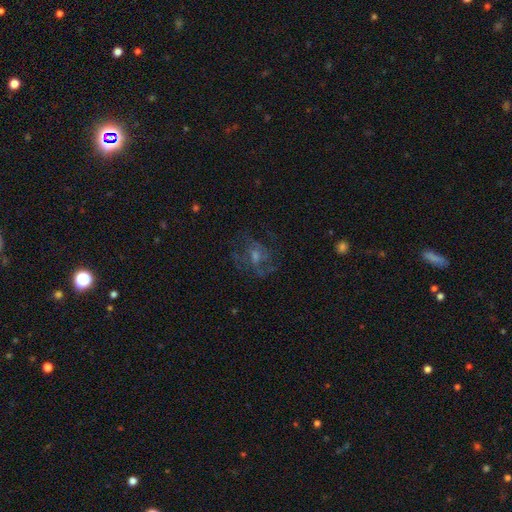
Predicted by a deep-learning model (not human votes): Smooth or featured?
  - featured or disk: 62% *
  - smooth: 19%
  - star or artifact: 19%
Edge-on disk?
  - no: 97% *
  - yes: 3%
Bar?
  - no: 64% *
  - weak: 31%
  - strong: 6%
Spiral arms?
  - yes: 76% *
  - no: 24%
Bulge size?
  - small: 45% *
  - moderate: 41%
  - none: 8%
  - large: 4%
  - dominant: 1%
Merging?
  - none: 63% *
  - major disturbance: 18%
  - minor disturbance: 17%
  - merger: 2%